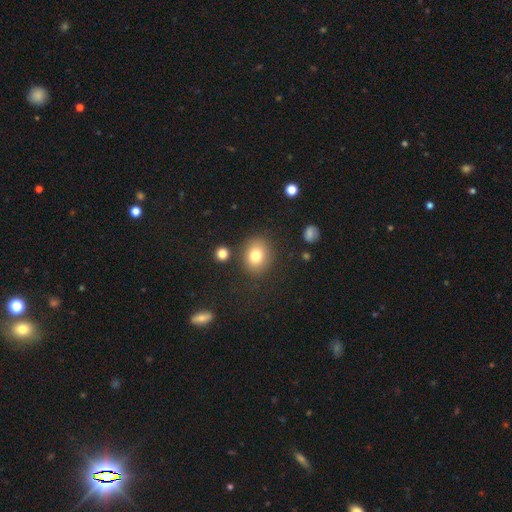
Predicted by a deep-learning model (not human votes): smooth_or_featured: smooth (p=0.78) [alt: star or artifact p=0.11]
how_rounded: round (p=0.66) [alt: in between p=0.33]
merging: none (p=0.83) [alt: minor disturbance p=0.10]